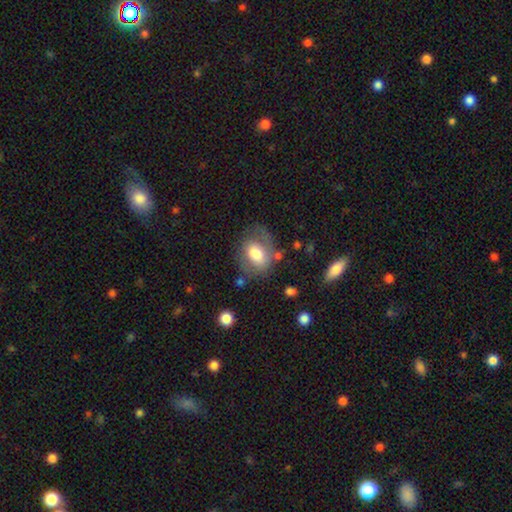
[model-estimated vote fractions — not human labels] The model was most divided on "merging": none: 53%, minor disturbance: 25%, major disturbance: 17%, merger: 5%. More confident: how rounded — in between (68%); smooth or featured — smooth (61%).